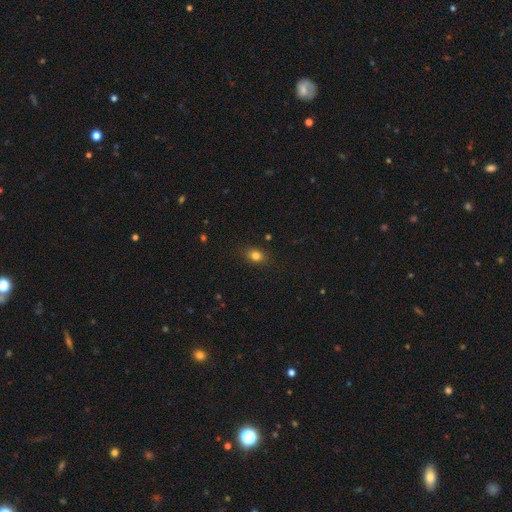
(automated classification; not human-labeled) This is clearly a smooth galaxy (81%). How rounded: likely in between (61%). Merging: clearly none (86%).